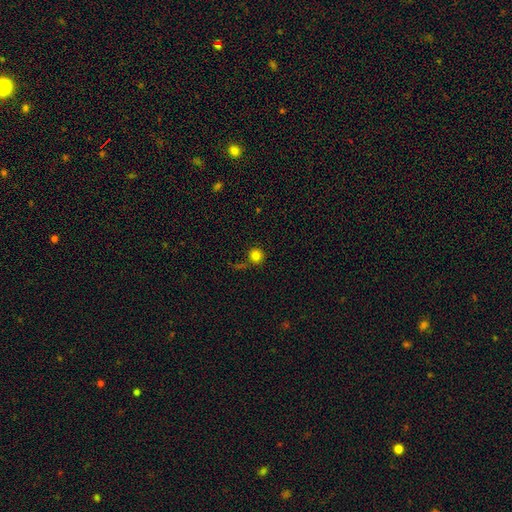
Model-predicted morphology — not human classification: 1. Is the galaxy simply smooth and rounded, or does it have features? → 82% smooth, 12% star or artifact, 6% featured or disk.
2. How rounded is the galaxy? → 93% round, 6% in between, 1% cigar-shaped.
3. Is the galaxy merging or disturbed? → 74% none, 10% minor disturbance, 10% merger, 6% major disturbance.